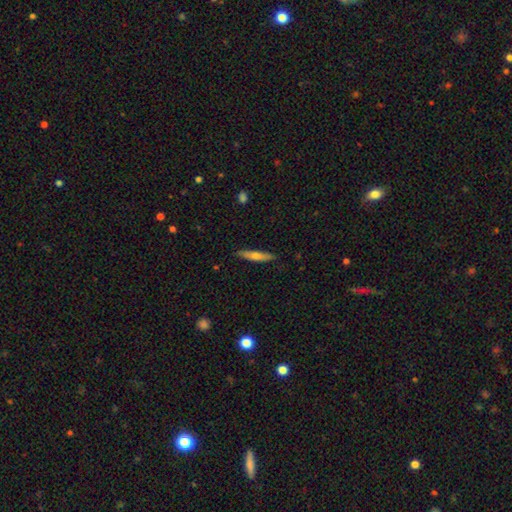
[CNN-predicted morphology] This is possibly a smooth galaxy (50%). How rounded: clearly cigar-shaped (92%). Merging: clearly none (89%).